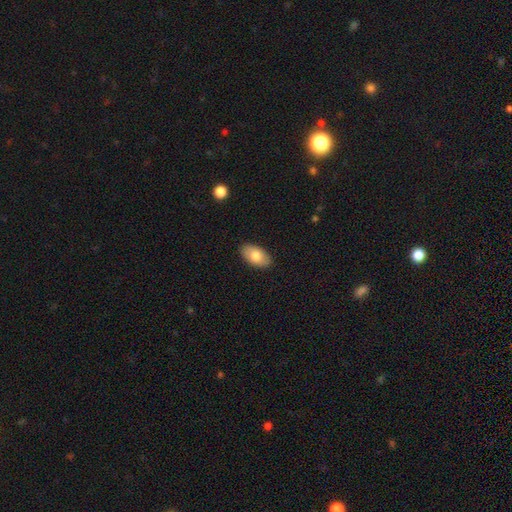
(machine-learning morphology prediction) type=smooth (79%); roundness=in between (94%); merging=none (88%).